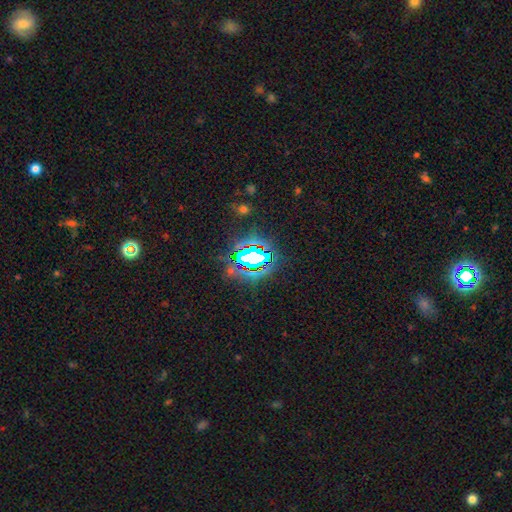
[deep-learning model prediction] A star or artifact, not a galaxy (74%).